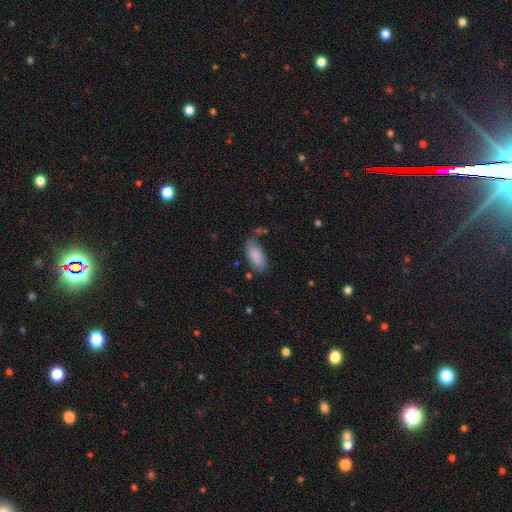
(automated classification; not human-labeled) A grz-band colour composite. It shows a smooth galaxy with no disk features (87%) that is in between round and cigar-shaped (92%). Merging: none (70%).